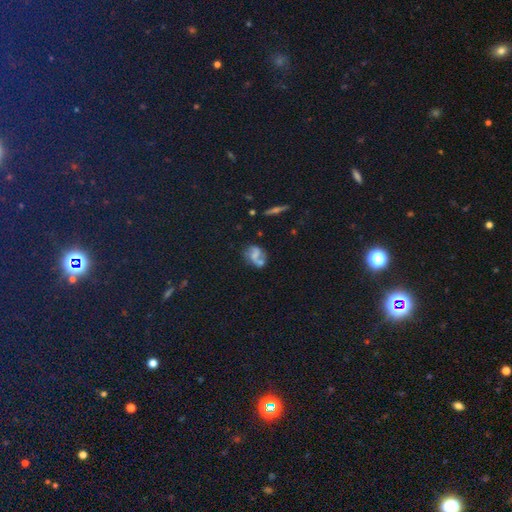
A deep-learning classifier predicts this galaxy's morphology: Smooth or featured: featured or disk — 54% (smooth — 32%)
Edge-on disk: no — 95% (yes — 5%)
Bar: no — 52% (weak — 33%)
Spiral arms: yes — 72% (no — 28%)
Bulge size: none — 47% (small — 26%)
Merging: none — 43% (merger — 23%)